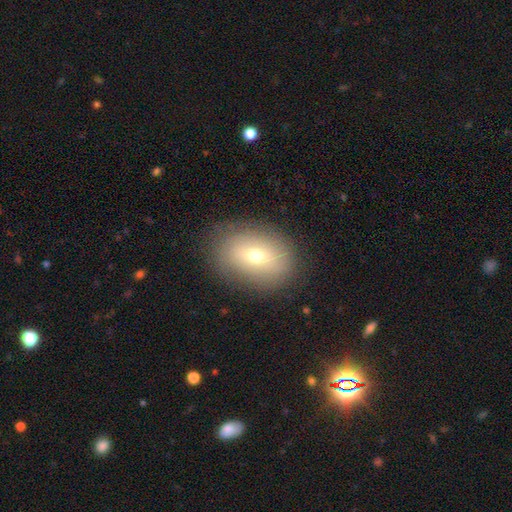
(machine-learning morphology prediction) Smooth or featured?
  - smooth: 63% *
  - featured or disk: 26%
  - star or artifact: 11%
How rounded?
  - in between: 73% *
  - round: 26%
  - cigar-shaped: 2%
Merging?
  - none: 81% *
  - minor disturbance: 13%
  - major disturbance: 5%
  - merger: 1%